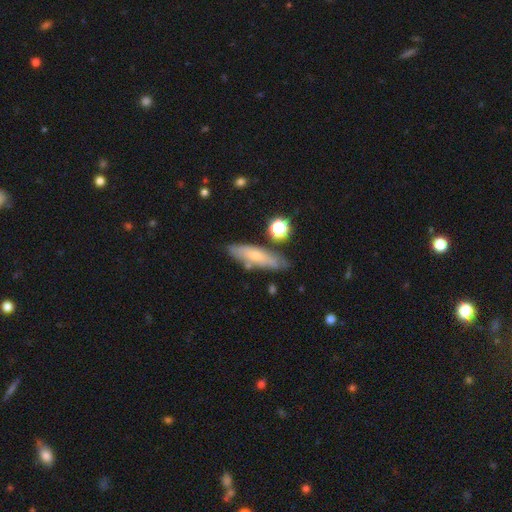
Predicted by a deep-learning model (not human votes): This appears to be a smooth galaxy with no disk features (58%) that is cigar-shaped (64%). Merging: none (74%).